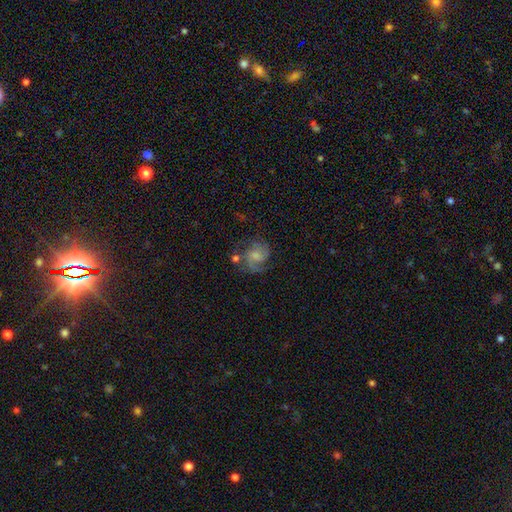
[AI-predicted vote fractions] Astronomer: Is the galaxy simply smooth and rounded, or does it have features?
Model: featured or disk — 63%.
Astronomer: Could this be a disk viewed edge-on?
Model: no — 98%.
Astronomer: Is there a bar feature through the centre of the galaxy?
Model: no — 60% (runner-up: weak, 35%).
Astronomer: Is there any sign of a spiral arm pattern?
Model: yes — 88%.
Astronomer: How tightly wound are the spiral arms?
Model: medium — 47% (runner-up: tight, 29%).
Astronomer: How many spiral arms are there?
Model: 2 — 51%.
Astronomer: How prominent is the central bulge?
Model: small — 35% (runner-up: moderate, 32%).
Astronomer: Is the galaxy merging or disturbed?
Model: none — 50%.